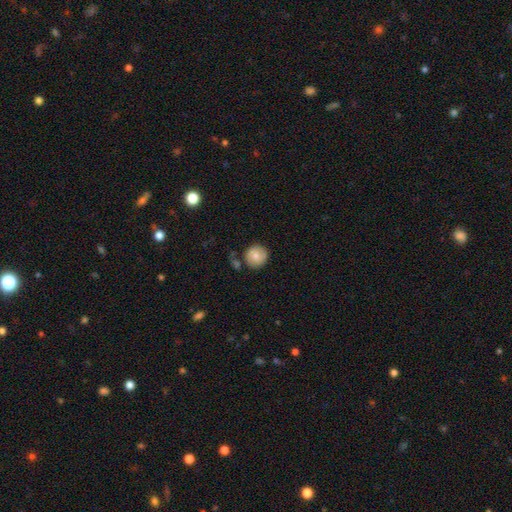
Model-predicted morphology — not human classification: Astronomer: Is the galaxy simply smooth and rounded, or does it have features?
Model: smooth — 73%.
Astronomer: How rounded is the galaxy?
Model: round — 92%.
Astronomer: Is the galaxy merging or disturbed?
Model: none — 76%.